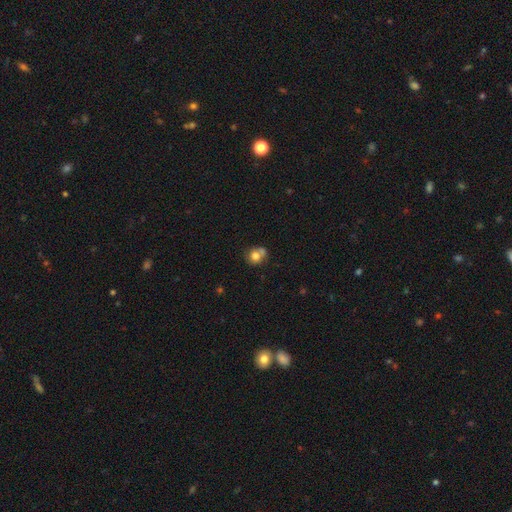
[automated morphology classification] smooth_or_featured: smooth (p=0.75) [alt: featured or disk p=0.14]
how_rounded: round (p=0.77) [alt: in between p=0.23]
merging: none (p=0.49) [alt: merger p=0.27]